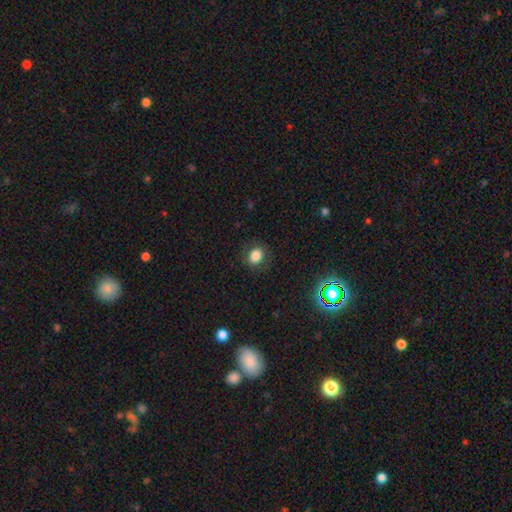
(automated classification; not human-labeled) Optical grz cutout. It shows a smooth galaxy with no disk features (82%) that is round (51%). Merging: none (84%).